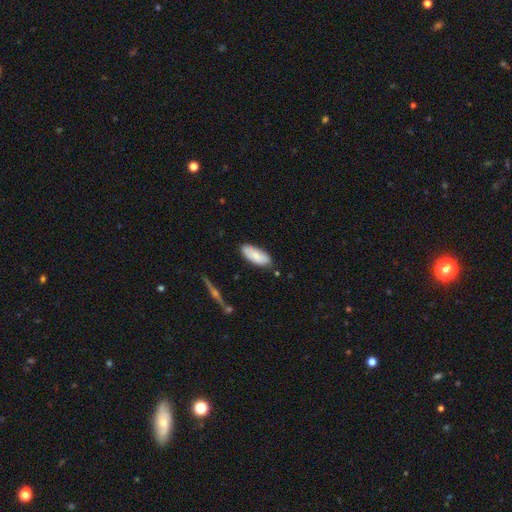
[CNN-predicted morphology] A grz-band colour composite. It shows a smooth galaxy with no disk features (78%) that is in between round and cigar-shaped (81%). Merging: none (77%).